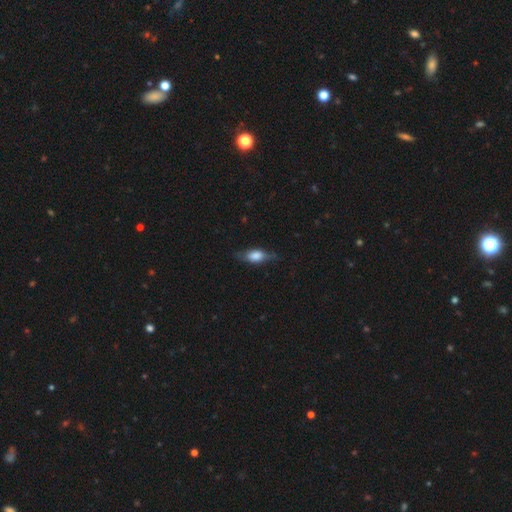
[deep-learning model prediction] smooth 60%, featured or disk 33%, star or artifact 7%. Down the decision tree: how rounded — in between (71%); merging — none (70%).